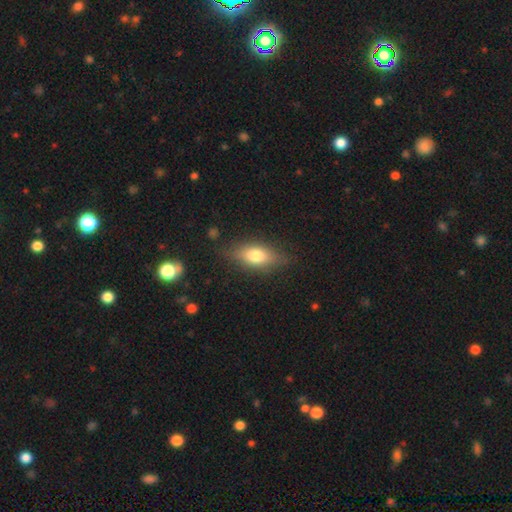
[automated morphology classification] Smooth or featured? smooth (73%)
How rounded? in between (79%)
Merging? none (78%)